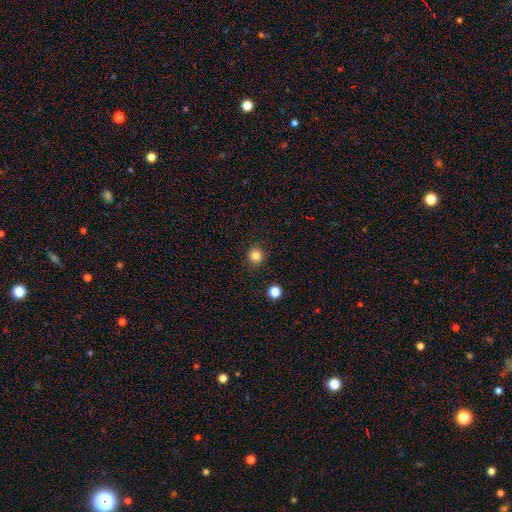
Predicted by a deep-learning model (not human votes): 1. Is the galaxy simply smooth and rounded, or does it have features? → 83% smooth, 12% star or artifact, 5% featured or disk.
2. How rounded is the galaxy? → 92% round, 7% in between, 1% cigar-shaped.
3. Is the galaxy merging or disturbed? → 91% none, 6% minor disturbance, 2% major disturbance, 1% merger.